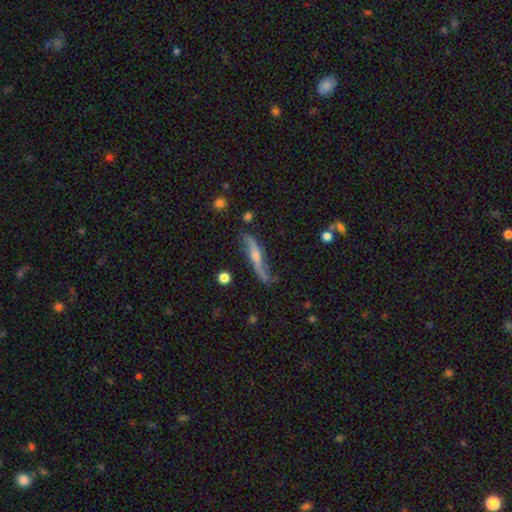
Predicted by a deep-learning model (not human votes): Overall: featured or disk (74%). Edge-on disk: no (52%; yes 48%). Merging: none (67%).